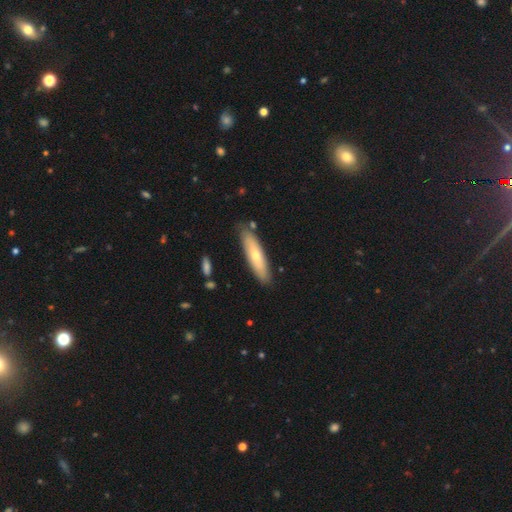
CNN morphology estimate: Smooth or featured?
  - smooth: 62% *
  - featured or disk: 32%
  - star or artifact: 5%
How rounded?
  - cigar-shaped: 74% *
  - in between: 25%
  - round: 1%
Merging?
  - none: 83% *
  - minor disturbance: 12%
  - merger: 3%
  - major disturbance: 2%